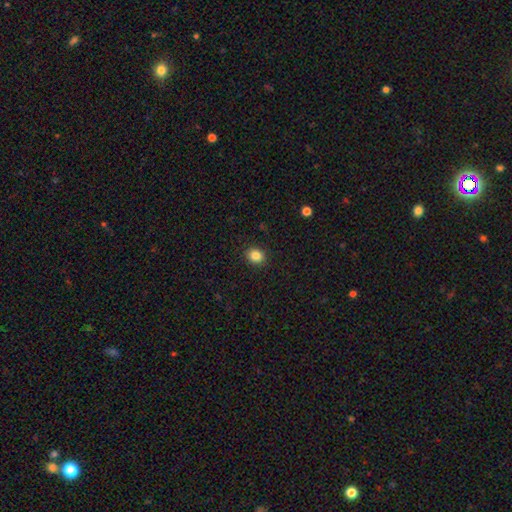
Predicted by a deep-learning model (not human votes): Smooth or featured? smooth (84%)
How rounded? round (69%)
Merging? none (91%)